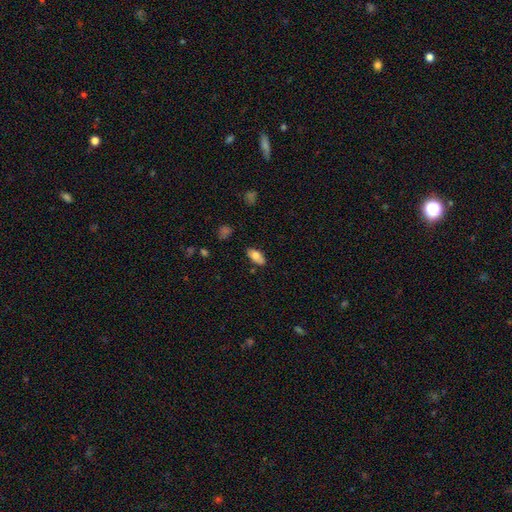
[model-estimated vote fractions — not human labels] A smooth galaxy with no disk features (74%) that is in between round and cigar-shaped (91%).

Vote fractions:
- Smooth or featured? smooth: 74% / featured or disk: 19% / star or artifact: 7%
- How rounded? in between: 91% / cigar-shaped: 7% / round: 3%
- Merging? none: 81% / minor disturbance: 14% / merger: 3% / major disturbance: 3%